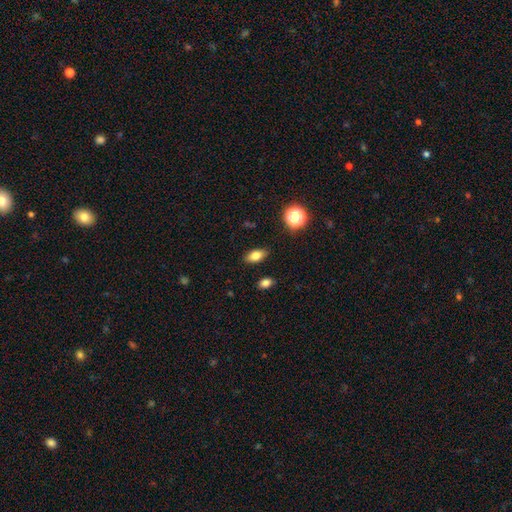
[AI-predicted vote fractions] Smooth or featured: smooth — 78% (featured or disk — 11%)
How rounded: in between — 86% (round — 8%)
Merging: none — 87% (minor disturbance — 9%)